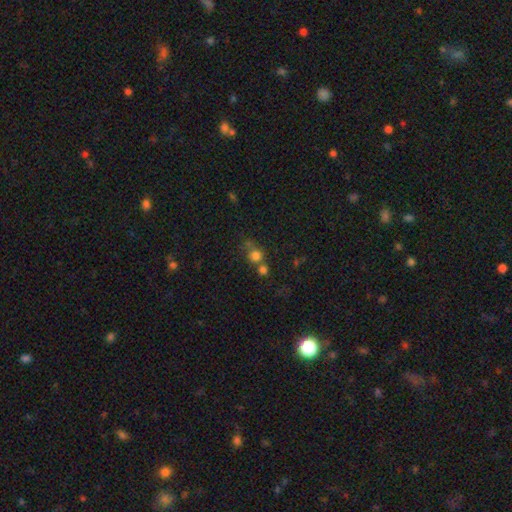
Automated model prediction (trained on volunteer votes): A smooth galaxy with no disk features (74%) that is round (87%).

Vote fractions:
- Smooth or featured? smooth: 74% / star or artifact: 17% / featured or disk: 9%
- How rounded? round: 87% / in between: 12% / cigar-shaped: 1%
- Merging? none: 49% / merger: 38% / minor disturbance: 9% / major disturbance: 5%